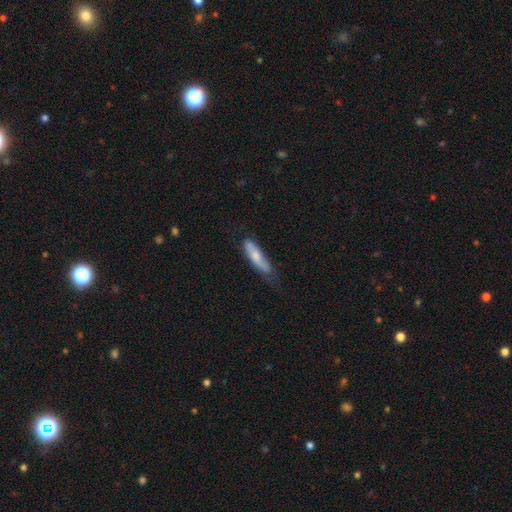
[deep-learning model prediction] Smooth or featured?
  - smooth: 62% *
  - featured or disk: 33%
  - star or artifact: 6%
How rounded?
  - cigar-shaped: 67% *
  - in between: 31%
  - round: 2%
Merging?
  - none: 53% *
  - minor disturbance: 34%
  - major disturbance: 10%
  - merger: 2%